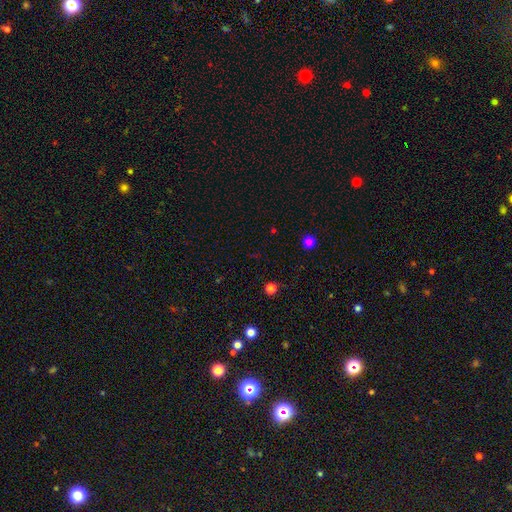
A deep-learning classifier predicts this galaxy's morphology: Smooth or featured? star or artifact (59%)